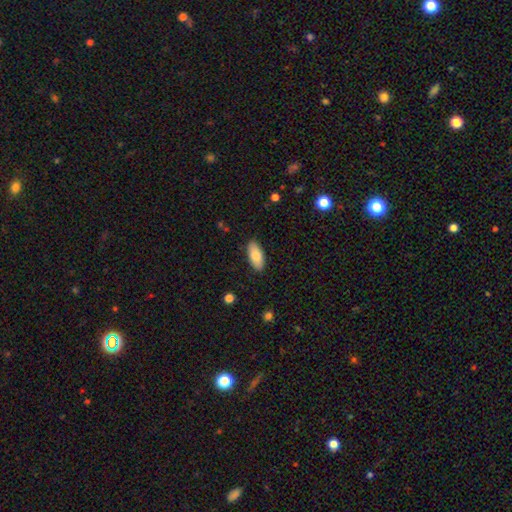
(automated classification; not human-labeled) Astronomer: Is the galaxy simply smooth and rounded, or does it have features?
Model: smooth — 77%.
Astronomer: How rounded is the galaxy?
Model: in between — 86%.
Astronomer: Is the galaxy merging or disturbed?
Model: none — 87%.